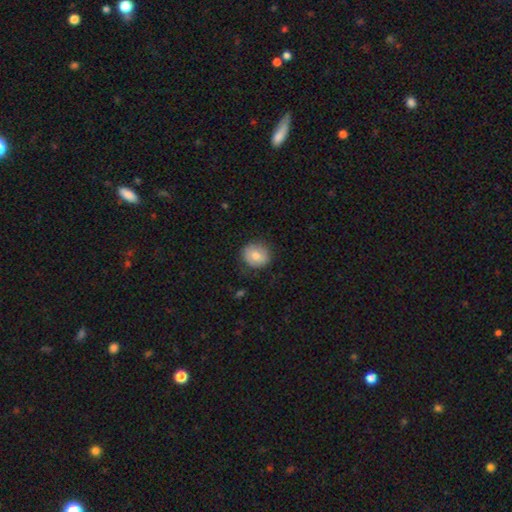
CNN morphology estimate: Smooth or featured? Predicted: smooth (p=0.76). How rounded? Predicted: round (p=0.83). Merging? Predicted: none (p=0.83).